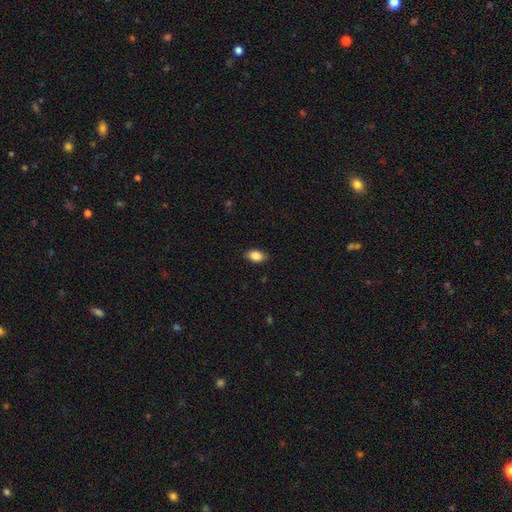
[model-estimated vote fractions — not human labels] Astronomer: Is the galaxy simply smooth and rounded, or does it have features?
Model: smooth — 87%.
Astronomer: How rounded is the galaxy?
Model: in between — 90%.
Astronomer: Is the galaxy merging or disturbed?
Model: none — 86%.